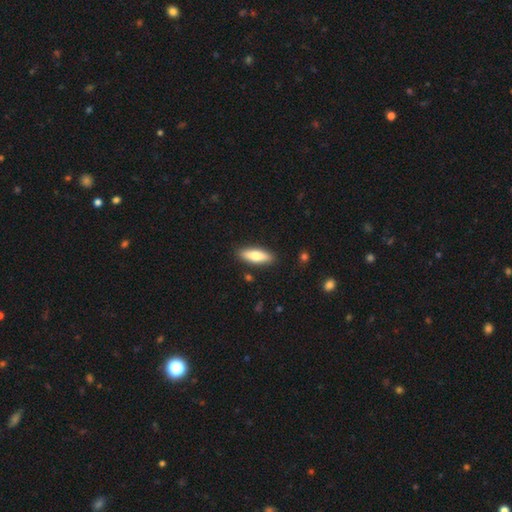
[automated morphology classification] A smooth galaxy with no disk features (72%) that is in between round and cigar-shaped (53%). Merging: none (88%).